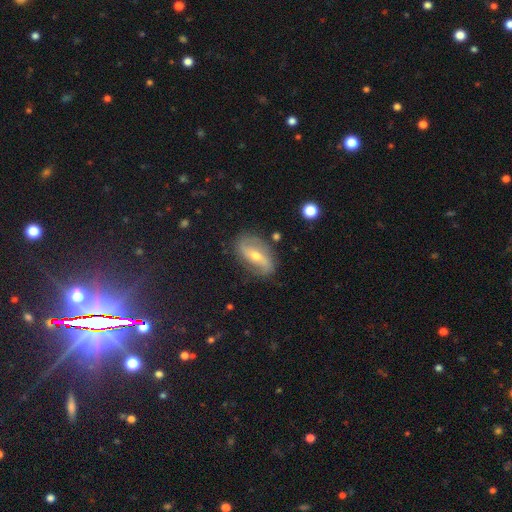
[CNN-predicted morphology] This is likely a featured or disk galaxy (78%). It is clearly not viewed edge-on (93%). Bar: marginally strong (36%). Spiral arm pattern: clearly yes (89%). Spiral arm count: clearly 2 (89%). Spiral winding: possibly loose (53%). Central bulge: possibly moderate (55%). Merging: likely none (80%).